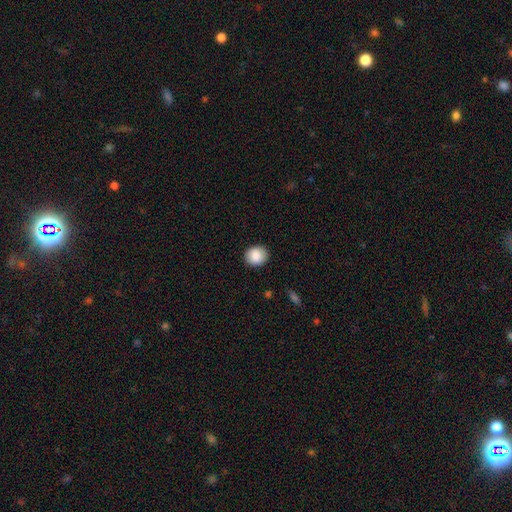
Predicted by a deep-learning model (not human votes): The model was most divided on "how rounded": round: 75%, in between: 24%, cigar-shaped: 1%. More confident: merging — none (89%); smooth or featured — smooth (87%).